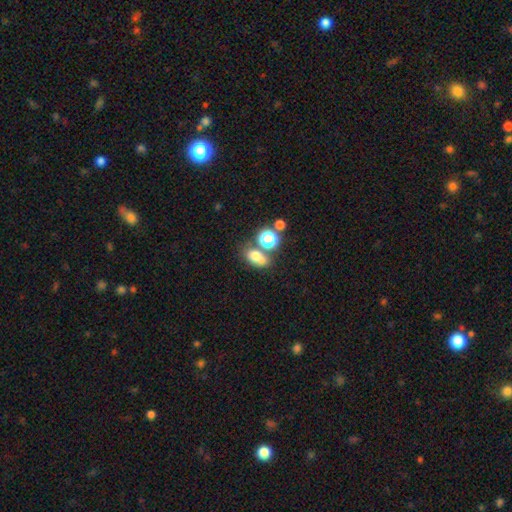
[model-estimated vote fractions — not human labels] Smooth or featured? Predicted: smooth (p=0.68). How rounded? Predicted: in between (p=0.60). Merging? Predicted: none (p=0.45).